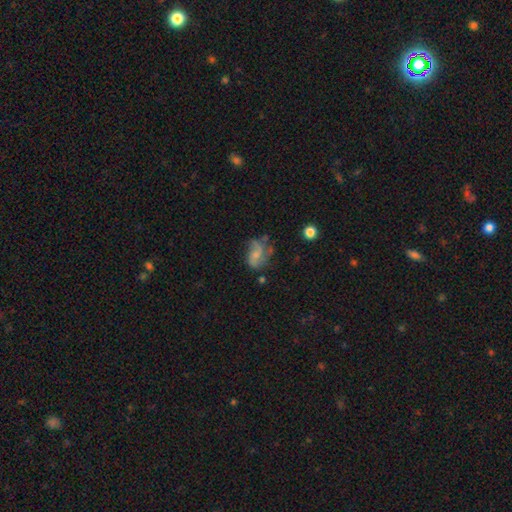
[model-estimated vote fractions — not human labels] Smooth or featured? featured or disk (60%)
Edge-on disk? no (97%)
Bar? no (62%)
Spiral arms? yes (80%)
Bulge size? small (52%)
Merging? none (45%)